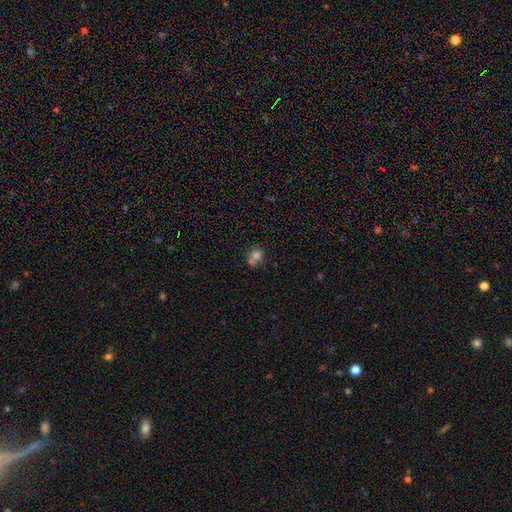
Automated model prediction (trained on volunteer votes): Q: Smooth or featured?
A: smooth (75%); runner-up: featured or disk (13%)
Q: How rounded?
A: round (77%); runner-up: in between (22%)
Q: Merging?
A: merger (45%); runner-up: none (40%)